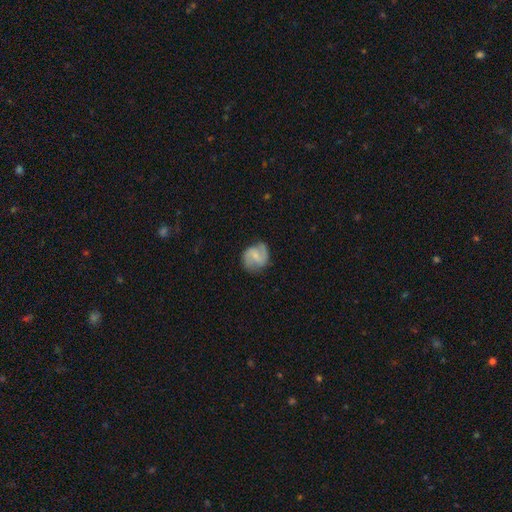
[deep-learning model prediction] Smooth or featured: featured or disk — 71% (smooth — 23%)
Edge-on disk: no — 98% (yes — 2%)
Bar: no — 47% (weak — 44%)
Spiral arms: yes — 93% (no — 7%)
Spiral winding: medium — 50% (tight — 26%)
Spiral arm count: 2 — 84% (can't tell — 7%)
Bulge size: small — 61% (moderate — 26%)
Merging: none — 71% (minor disturbance — 20%)